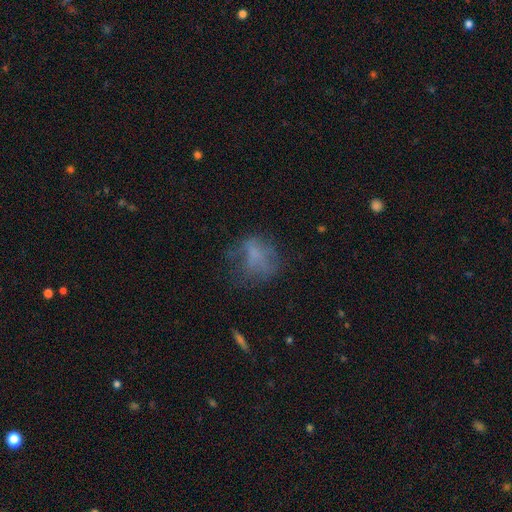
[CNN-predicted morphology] Smooth or featured? Predicted: smooth (p=0.52). How rounded? Predicted: round (p=0.55). Merging? Predicted: none (p=0.46).